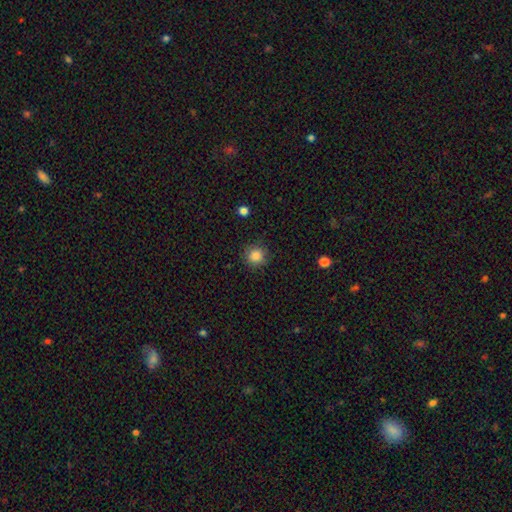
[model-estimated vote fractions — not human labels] Smooth or featured? smooth (85%)
How rounded? round (92%)
Merging? none (87%)